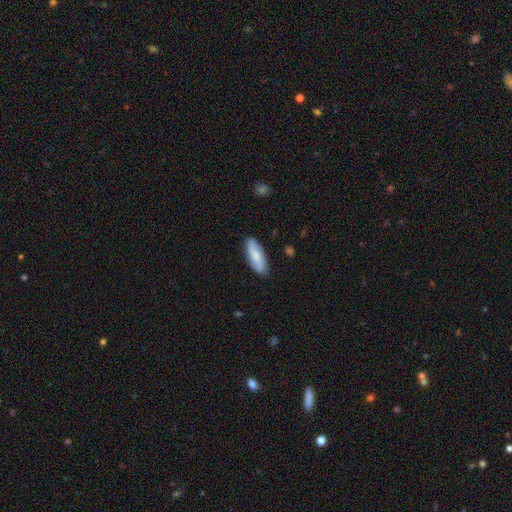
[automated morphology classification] This is likely a smooth galaxy (64%). How rounded: likely in between (67%). Merging: clearly none (85%).